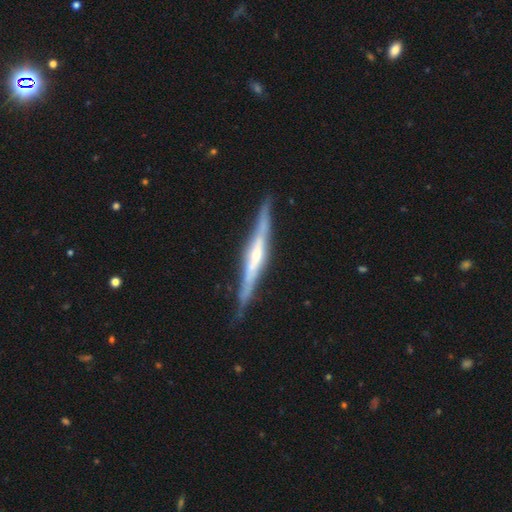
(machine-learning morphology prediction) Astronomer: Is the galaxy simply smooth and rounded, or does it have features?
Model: featured or disk — 80%.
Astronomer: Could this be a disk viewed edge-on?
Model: yes — 97%.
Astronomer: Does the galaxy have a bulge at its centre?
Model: rounded — 63%.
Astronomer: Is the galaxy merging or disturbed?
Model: none — 85%.